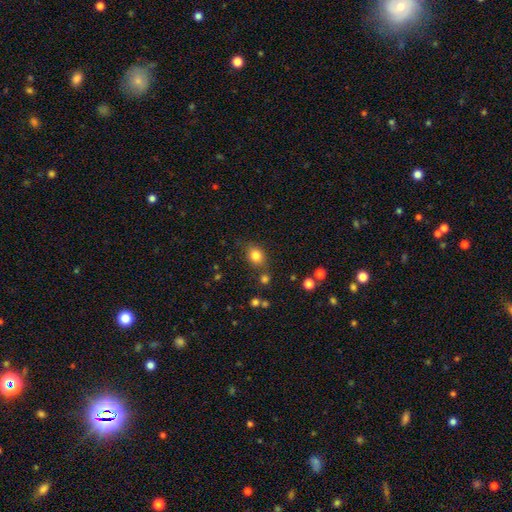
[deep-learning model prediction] smooth 82%, star or artifact 12%, featured or disk 6%. Down the decision tree: how rounded — round (55%); merging — none (74%).